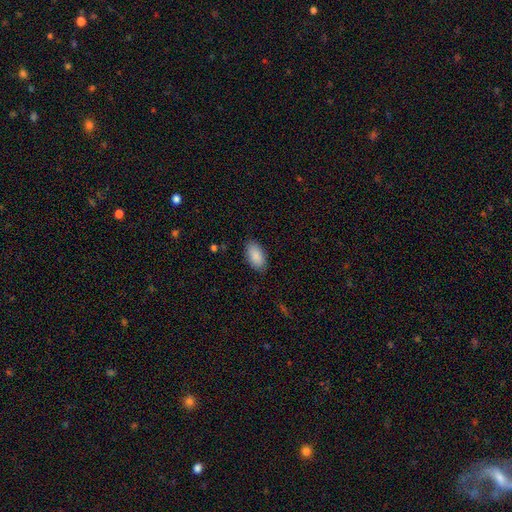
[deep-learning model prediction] Smooth or featured? Predicted: smooth (p=0.89). How rounded? Predicted: in between (p=0.95). Merging? Predicted: none (p=0.86).